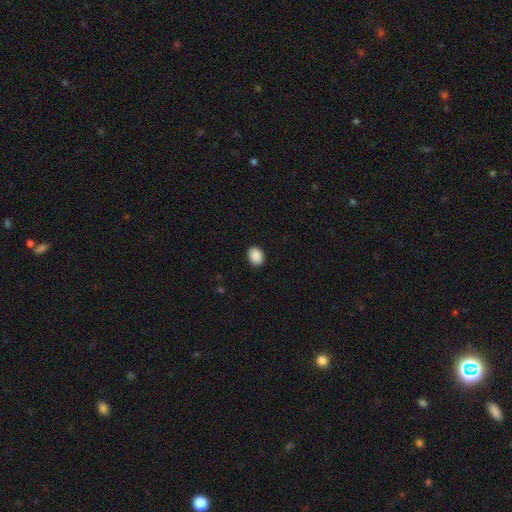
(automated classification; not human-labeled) Q: Smooth or featured?
A: smooth (90%); runner-up: star or artifact (8%)
Q: How rounded?
A: in between (63%); runner-up: round (36%)
Q: Merging?
A: none (91%); runner-up: minor disturbance (6%)